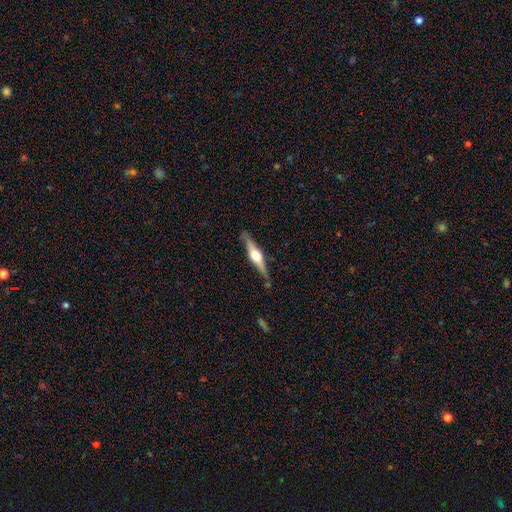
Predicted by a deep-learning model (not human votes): Smooth or featured? featured or disk (75%)
Edge-on disk? yes (97%)
Edge-on bulge? rounded (90%)
Merging? none (84%)